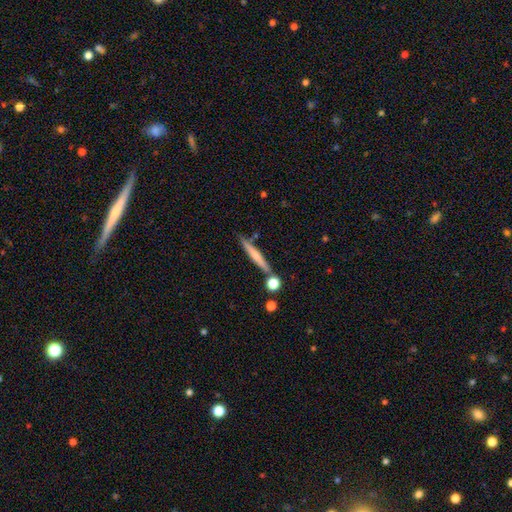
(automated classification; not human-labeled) Smooth or featured? smooth (49%)
Merging? none (79%)